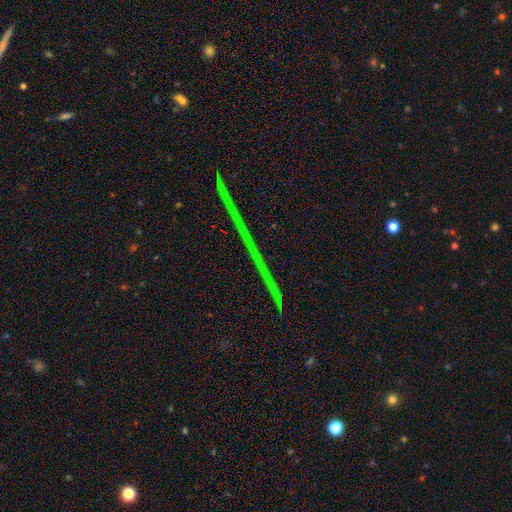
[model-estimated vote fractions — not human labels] star or artifact 66%, featured or disk 22%, smooth 12%.